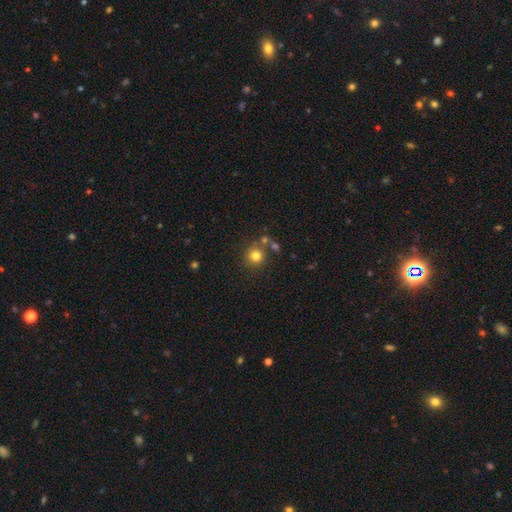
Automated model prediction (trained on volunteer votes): smooth_or_featured: smooth (p=0.79) [alt: star or artifact p=0.13]
how_rounded: round (p=0.89) [alt: in between p=0.10]
merging: none (p=0.70) [alt: merger p=0.15]